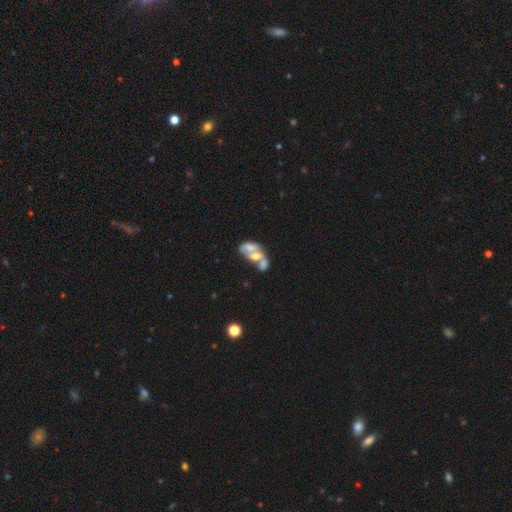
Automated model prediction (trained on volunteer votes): The model was most divided on "smooth or featured": featured or disk: 49%, smooth: 42%, star or artifact: 9%. More confident: merging — merger (72%).